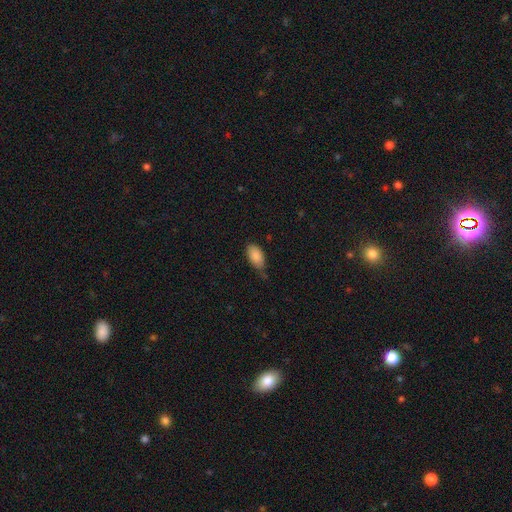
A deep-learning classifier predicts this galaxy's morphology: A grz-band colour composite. It shows a smooth galaxy with no disk features (88%) that is in between round and cigar-shaped (93%). Merging: none (52%).